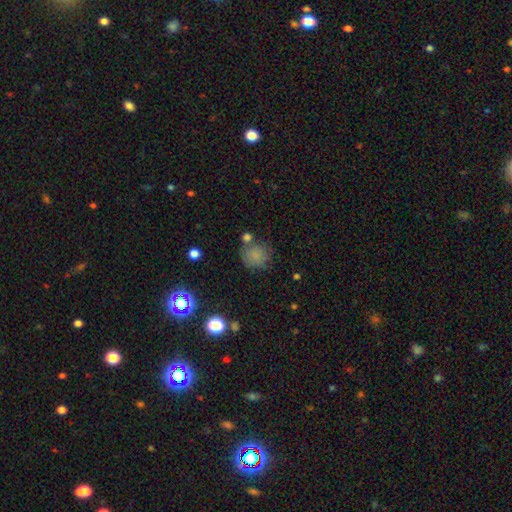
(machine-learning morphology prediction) The model was most divided on "merging": none: 60%, minor disturbance: 19%, merger: 13%, major disturbance: 9%. More confident: how rounded — round (86%); smooth or featured — smooth (80%).